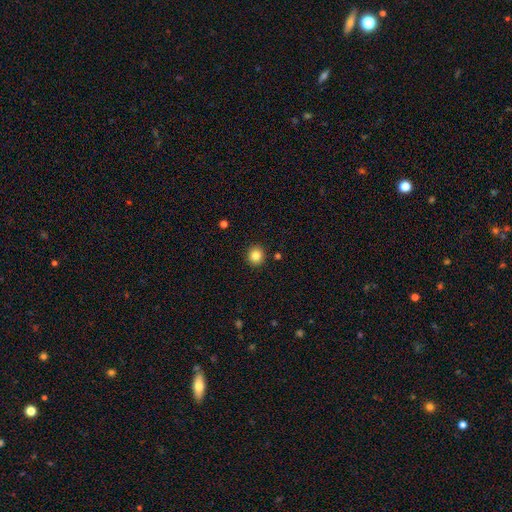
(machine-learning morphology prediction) type=smooth (85%); roundness=round (91%); merging=none (91%).